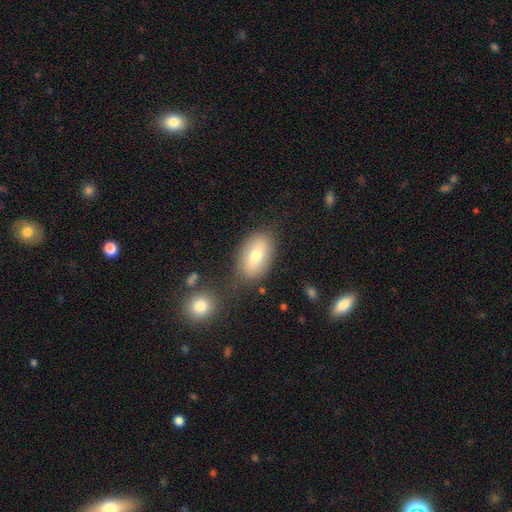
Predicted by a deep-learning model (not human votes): smooth_or_featured: smooth (p=0.69) [alt: featured or disk p=0.23]
how_rounded: in between (p=0.89) [alt: round p=0.08]
merging: none (p=0.75) [alt: minor disturbance p=0.14]